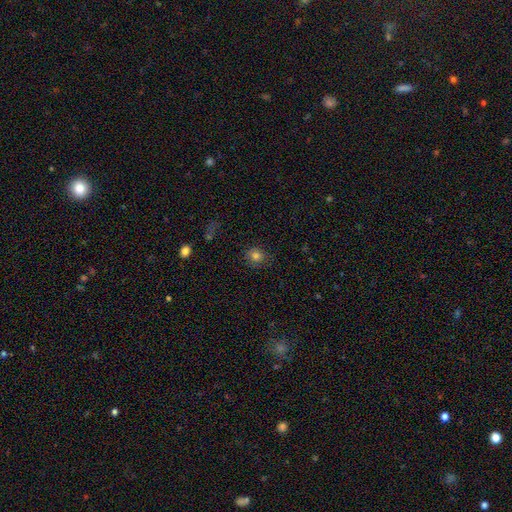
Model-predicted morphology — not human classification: smooth-or-featured: smooth: 81% | star or artifact: 13% | featured or disk: 6%
  how-rounded: round: 80% | in between: 19% | cigar-shaped: 1%
  merging: none: 82% | minor disturbance: 13% | major disturbance: 4% | merger: 1%